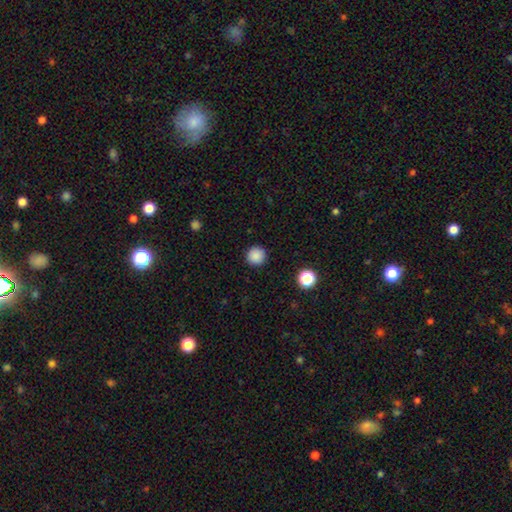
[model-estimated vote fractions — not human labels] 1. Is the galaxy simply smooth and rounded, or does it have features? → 87% smooth, 11% star or artifact, 3% featured or disk.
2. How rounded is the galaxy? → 96% round, 3% in between, 1% cigar-shaped.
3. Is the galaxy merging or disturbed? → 92% none, 5% minor disturbance, 2% major disturbance, 1% merger.